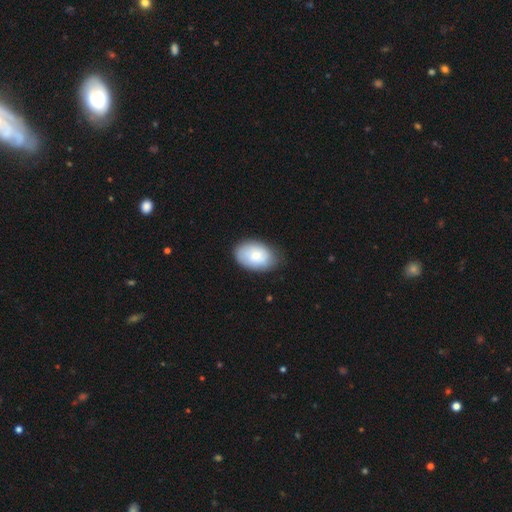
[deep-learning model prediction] This is likely a smooth galaxy (75%). How rounded: clearly in between (88%). Merging: likely none (78%).